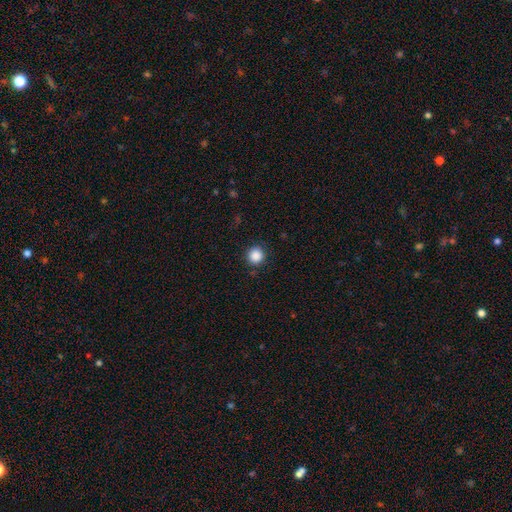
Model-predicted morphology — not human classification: Smooth or featured?
  - smooth: 88% *
  - star or artifact: 10%
  - featured or disk: 3%
How rounded?
  - round: 93% *
  - in between: 6%
  - cigar-shaped: 1%
Merging?
  - none: 89% *
  - minor disturbance: 7%
  - major disturbance: 2%
  - merger: 1%